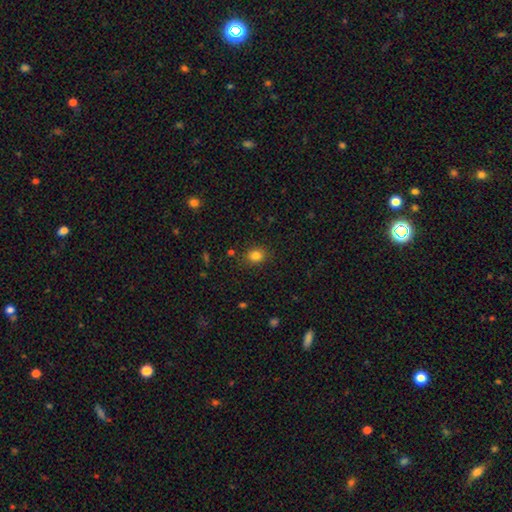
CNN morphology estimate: smooth 83%, star or artifact 12%, featured or disk 5%. Down the decision tree: how rounded — round (61%); merging — none (85%).